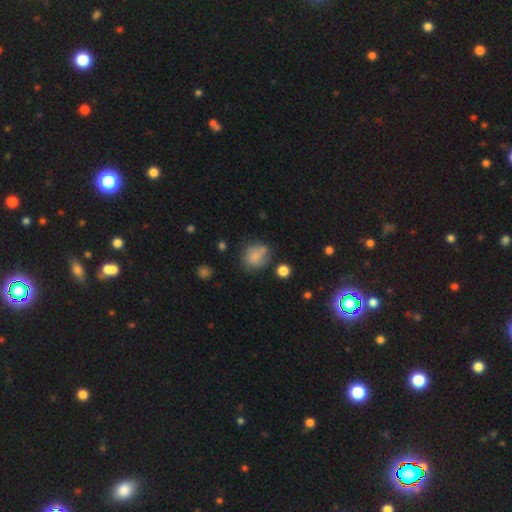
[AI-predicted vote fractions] smooth 75%, featured or disk 15%, star or artifact 10%. Down the decision tree: how rounded — round (65%); merging — none (54%).